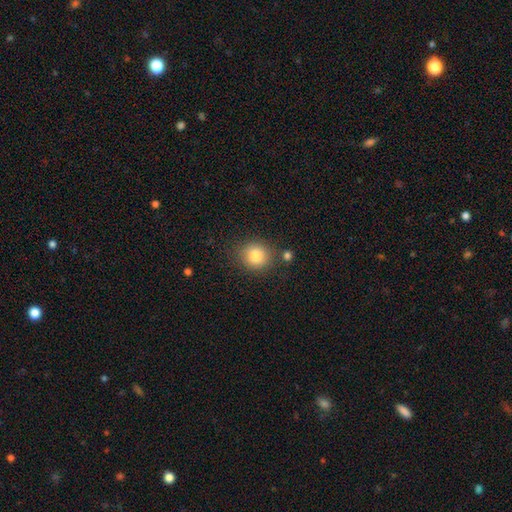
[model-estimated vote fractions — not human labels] This is clearly a smooth galaxy (82%). How rounded: clearly round (86%). Merging: clearly none (81%).